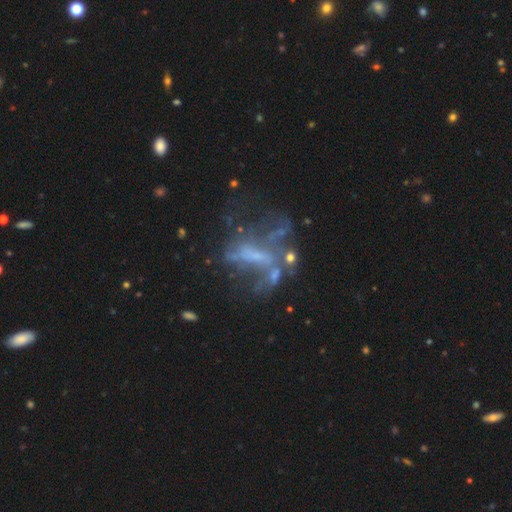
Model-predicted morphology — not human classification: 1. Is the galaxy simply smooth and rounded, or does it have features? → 65% featured or disk, 20% star or artifact, 15% smooth.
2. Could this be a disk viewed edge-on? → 92% no, 8% yes.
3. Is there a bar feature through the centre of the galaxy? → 53% no, 25% weak, 22% strong.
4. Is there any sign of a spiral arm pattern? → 71% no, 29% yes.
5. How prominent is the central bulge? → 52% none, 29% small, 15% moderate, 3% large, 1% dominant.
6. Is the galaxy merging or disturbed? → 36% major disturbance, 33% none, 18% merger, 14% minor disturbance.